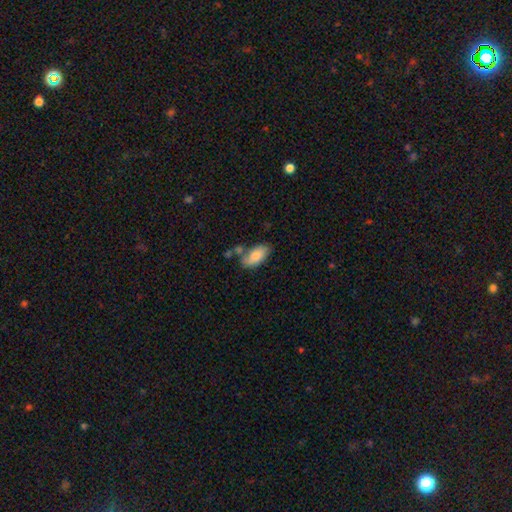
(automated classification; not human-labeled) This is clearly a smooth galaxy (81%). How rounded: clearly in between (93%). Merging: possibly none (59%).